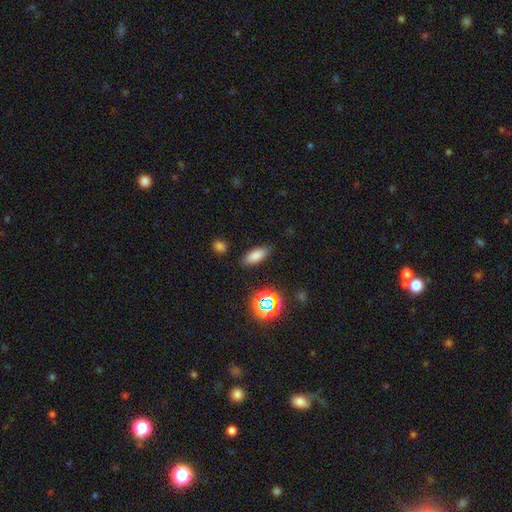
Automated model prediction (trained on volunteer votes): Smooth or featured? Predicted: smooth (p=0.76). How rounded? Predicted: in between (p=0.79). Merging? Predicted: none (p=0.85).